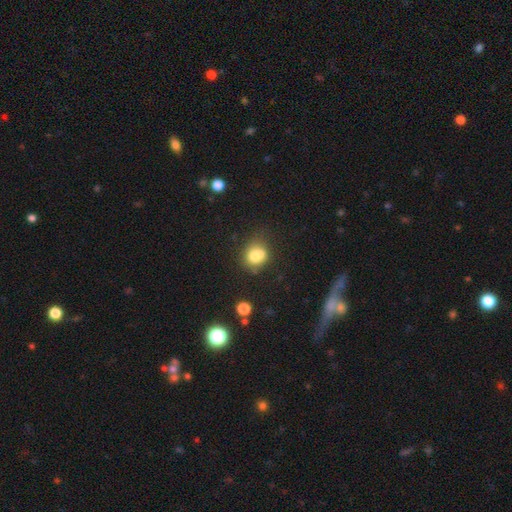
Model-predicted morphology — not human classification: A smooth galaxy with no disk features (75%) that is round (66%).

Vote fractions:
- Smooth or featured? smooth: 75% / featured or disk: 13% / star or artifact: 12%
- How rounded? round: 66% / in between: 33% / cigar-shaped: 1%
- Merging? none: 46% / merger: 25% / minor disturbance: 21% / major disturbance: 8%